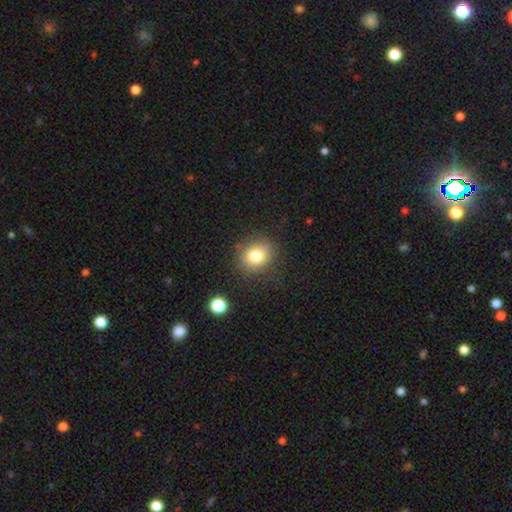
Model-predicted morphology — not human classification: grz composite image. It shows a smooth galaxy with no disk features (79%) that is round (70%). Merging: none (82%).